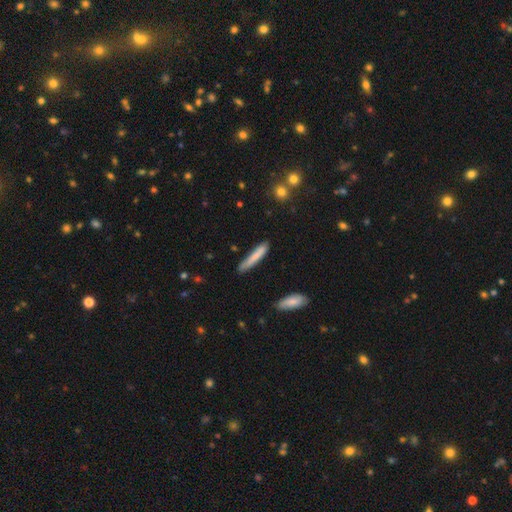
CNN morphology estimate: type=smooth (77%); roundness=cigar-shaped (93%); merging=none (78%).